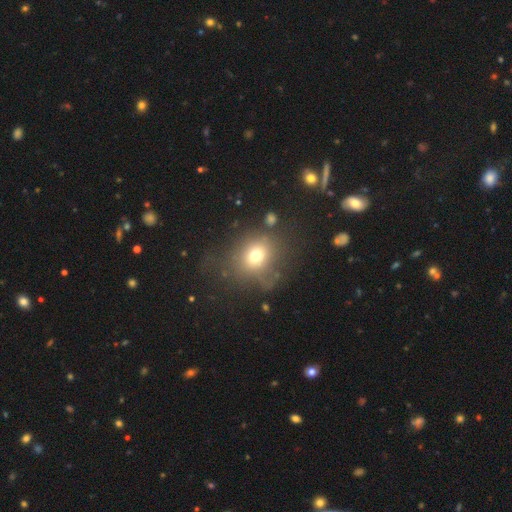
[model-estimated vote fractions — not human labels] Smooth or featured: smooth — 69% (star or artifact — 16%)
How rounded: round — 65% (in between — 34%)
Merging: none — 61% (minor disturbance — 19%)